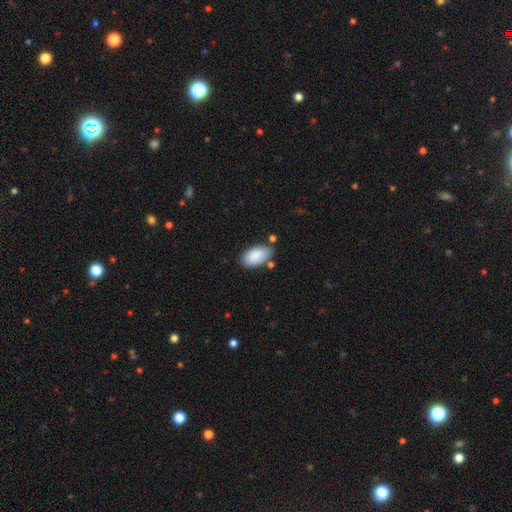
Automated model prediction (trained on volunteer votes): Smooth or featured: smooth — 88% (star or artifact — 6%)
How rounded: in between — 95% (round — 3%)
Merging: none — 72% (minor disturbance — 17%)